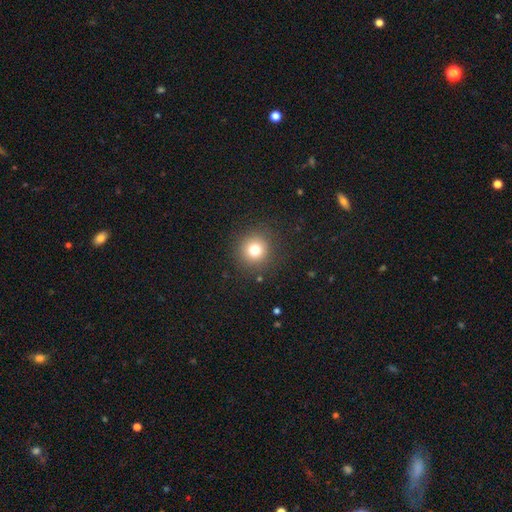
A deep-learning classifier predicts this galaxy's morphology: smooth-or-featured: smooth: 75% | star or artifact: 18% | featured or disk: 7%
  how-rounded: round: 94% | in between: 5% | cigar-shaped: 1%
  merging: none: 92% | minor disturbance: 5% | major disturbance: 2% | merger: 1%